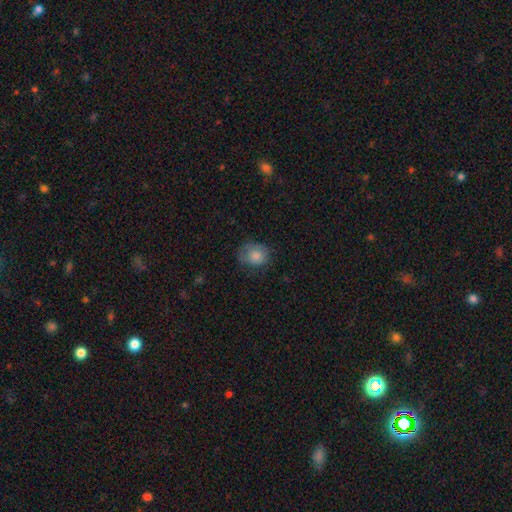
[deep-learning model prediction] smooth 81%, featured or disk 11%, star or artifact 8%. Down the decision tree: how rounded — round (64%); merging — none (59%).